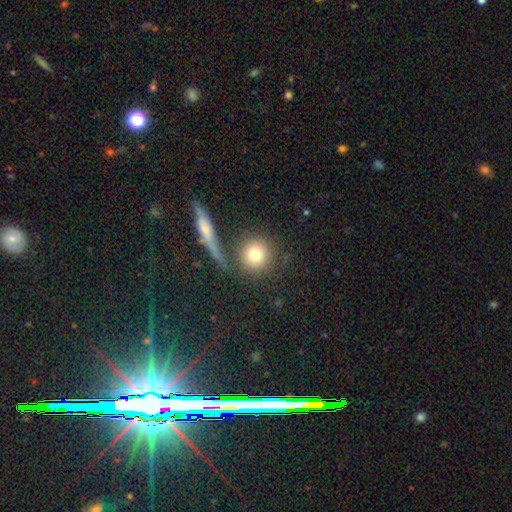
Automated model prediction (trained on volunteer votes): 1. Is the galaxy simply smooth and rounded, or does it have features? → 76% smooth, 13% featured or disk, 11% star or artifact.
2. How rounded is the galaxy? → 91% round, 7% in between, 2% cigar-shaped.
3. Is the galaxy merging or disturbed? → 76% none, 11% merger, 9% minor disturbance, 4% major disturbance.